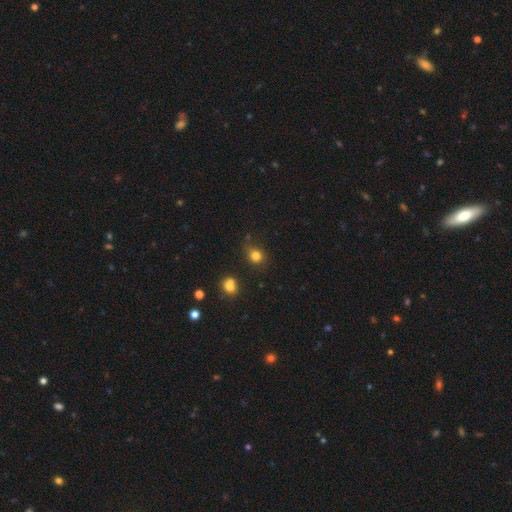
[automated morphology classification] smooth-or-featured: smooth: 80% | star or artifact: 14% | featured or disk: 6%
  how-rounded: round: 73% | in between: 26% | cigar-shaped: 1%
  merging: none: 70% | minor disturbance: 19% | merger: 6% | major disturbance: 5%